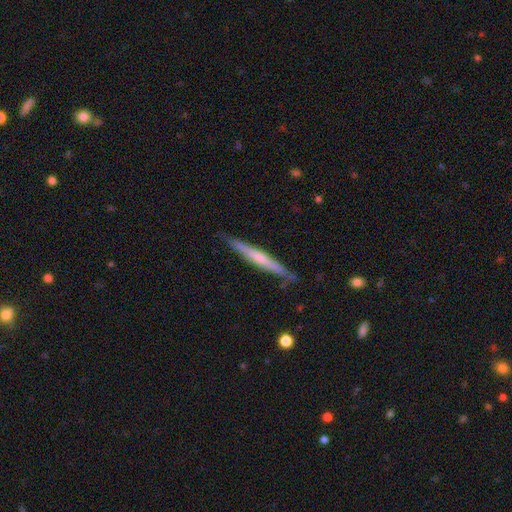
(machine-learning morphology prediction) The model was most divided on "smooth or featured": featured or disk: 53%, smooth: 41%, star or artifact: 6%. More confident: edge-on disk — yes (96%); merging — none (85%); edge-on bulge — none (56%).